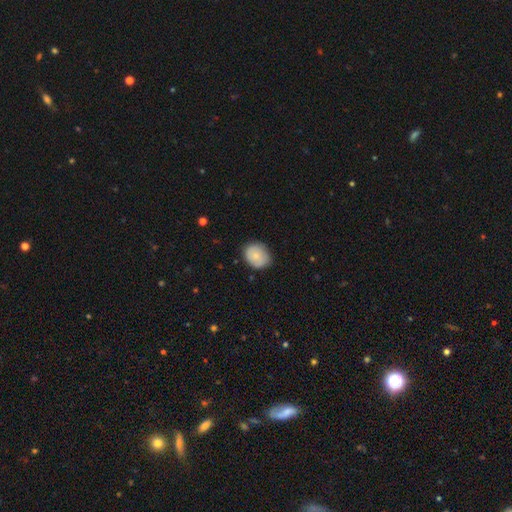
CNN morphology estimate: smooth_or_featured: smooth (p=0.77) [alt: featured or disk p=0.16]
how_rounded: round (p=0.54) [alt: in between p=0.45]
merging: none (p=0.77) [alt: minor disturbance p=0.19]